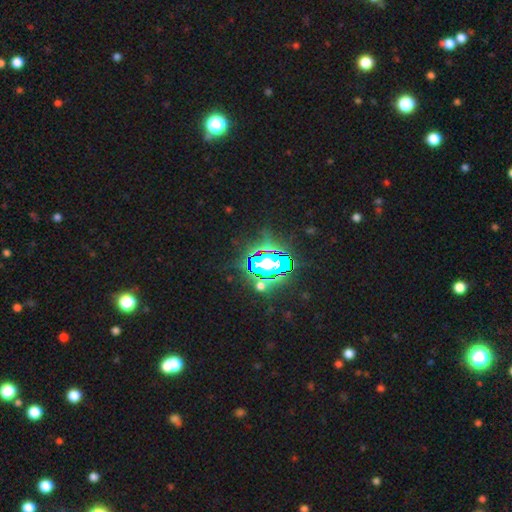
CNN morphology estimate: Q: Smooth or featured?
A: star or artifact (69%); runner-up: smooth (17%)